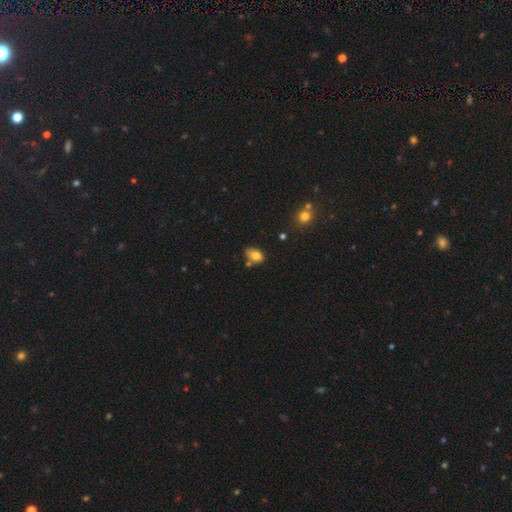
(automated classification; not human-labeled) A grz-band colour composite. It shows a smooth galaxy with no disk features (80%) that is in between round and cigar-shaped (80%). Merging: none (56%).